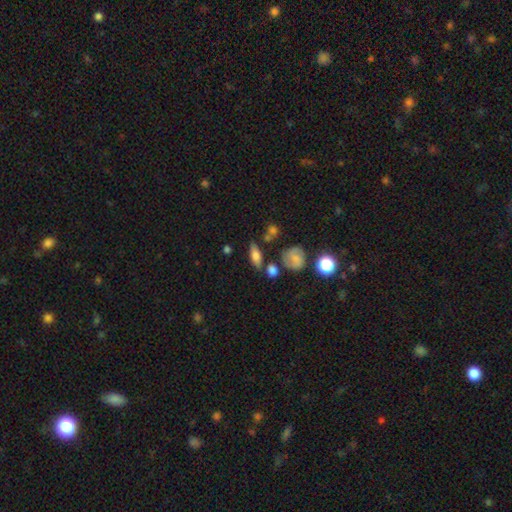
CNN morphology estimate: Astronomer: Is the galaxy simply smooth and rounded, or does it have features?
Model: smooth — 65%.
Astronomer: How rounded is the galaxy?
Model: in between — 67%.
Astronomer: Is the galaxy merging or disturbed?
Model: none — 71%.